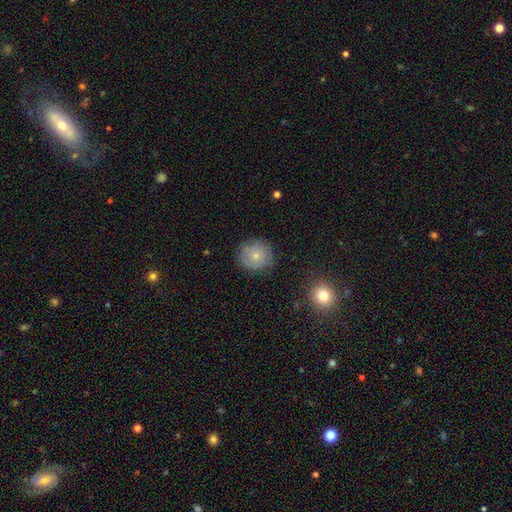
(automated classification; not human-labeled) Q: Smooth or featured?
A: smooth (68%); runner-up: featured or disk (23%)
Q: How rounded?
A: round (89%); runner-up: in between (10%)
Q: Merging?
A: none (78%); runner-up: minor disturbance (16%)